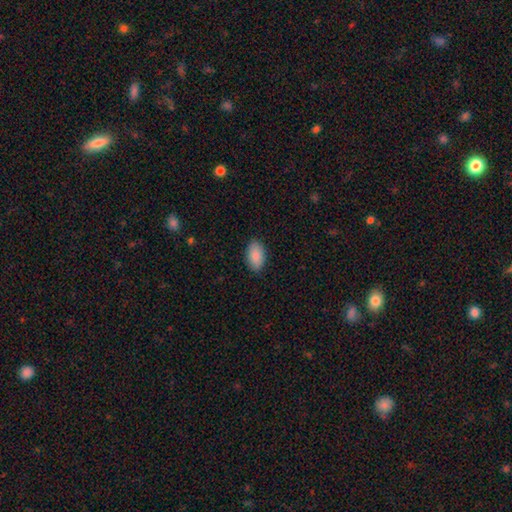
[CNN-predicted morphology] A smooth galaxy with no disk features (89%) that is in between round and cigar-shaped (94%). Merging: none (88%).